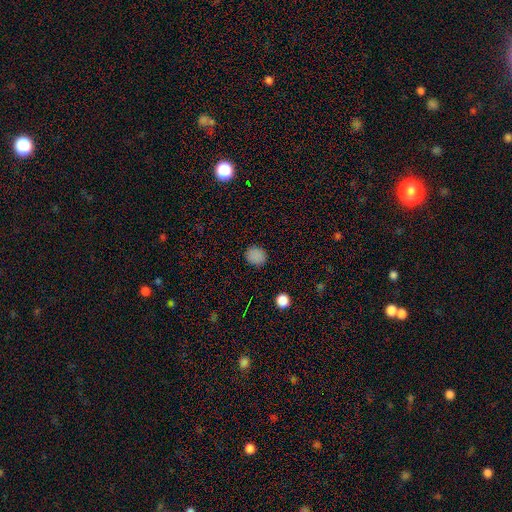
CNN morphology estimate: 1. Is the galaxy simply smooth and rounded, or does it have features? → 84% smooth, 12% star or artifact, 3% featured or disk.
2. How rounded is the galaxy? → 78% round, 21% in between, 1% cigar-shaped.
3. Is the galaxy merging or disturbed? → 89% none, 8% minor disturbance, 2% major disturbance, 1% merger.